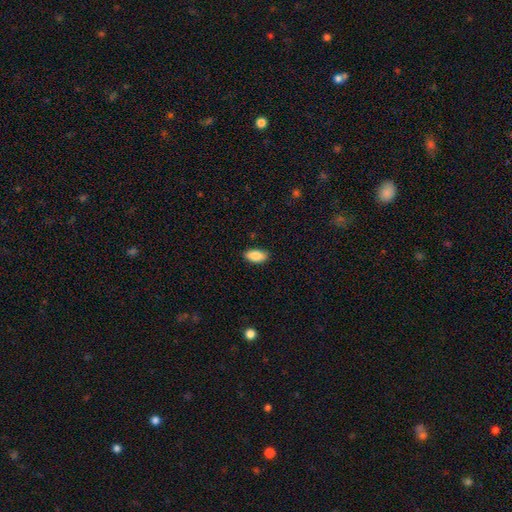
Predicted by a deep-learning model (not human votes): Overall: smooth (87%). How rounded: in between (93%). Merging: none (88%).